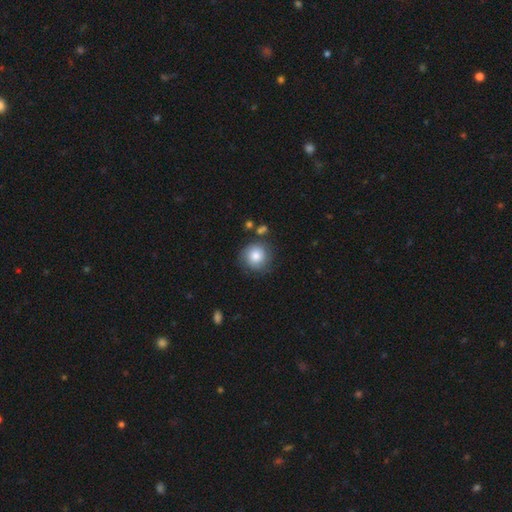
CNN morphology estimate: smooth_or_featured: smooth (p=0.77) [alt: featured or disk p=0.15]
how_rounded: round (p=0.93) [alt: in between p=0.06]
merging: none (p=0.74) [alt: minor disturbance p=0.16]